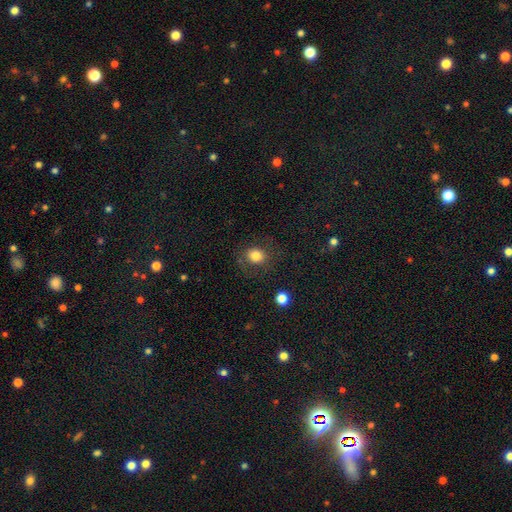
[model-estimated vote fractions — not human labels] Q: Smooth or featured?
A: smooth (81%); runner-up: star or artifact (11%)
Q: How rounded?
A: round (70%); runner-up: in between (29%)
Q: Merging?
A: none (77%); runner-up: minor disturbance (14%)